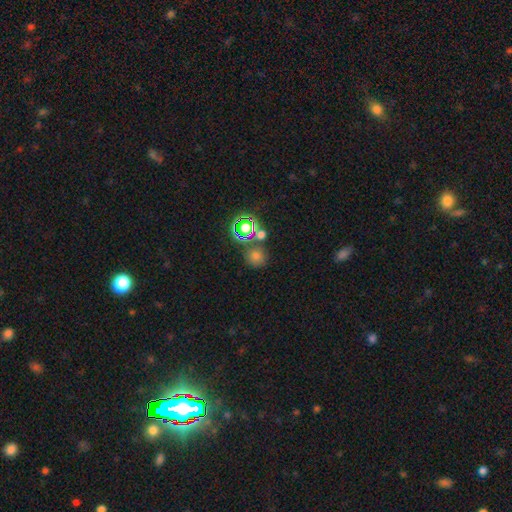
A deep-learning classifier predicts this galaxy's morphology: Smooth or featured: smooth — 61% (star or artifact — 31%)
How rounded: round — 88% (in between — 11%)
Merging: none — 72% (merger — 16%)